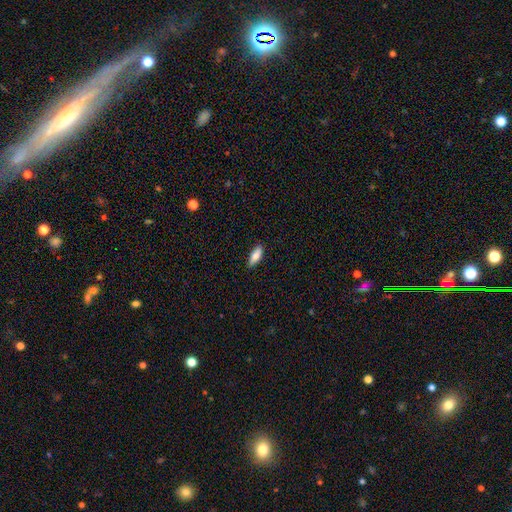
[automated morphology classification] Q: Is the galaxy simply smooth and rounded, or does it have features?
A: smooth — 81%.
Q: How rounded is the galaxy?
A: in between — 68%.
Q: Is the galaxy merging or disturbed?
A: none — 85%.